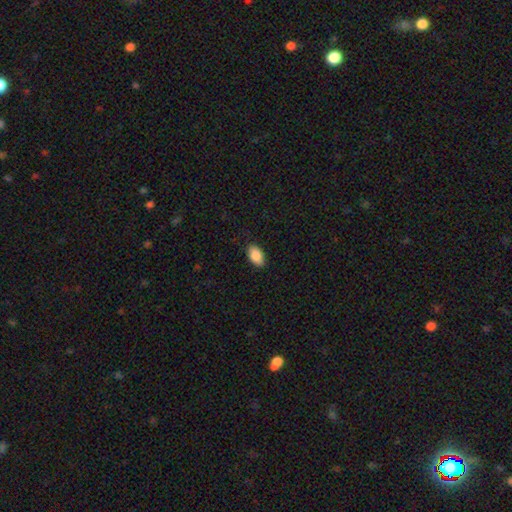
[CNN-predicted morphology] Smooth or featured: smooth — 88% (star or artifact — 7%)
How rounded: in between — 93% (round — 5%)
Merging: none — 88% (minor disturbance — 9%)